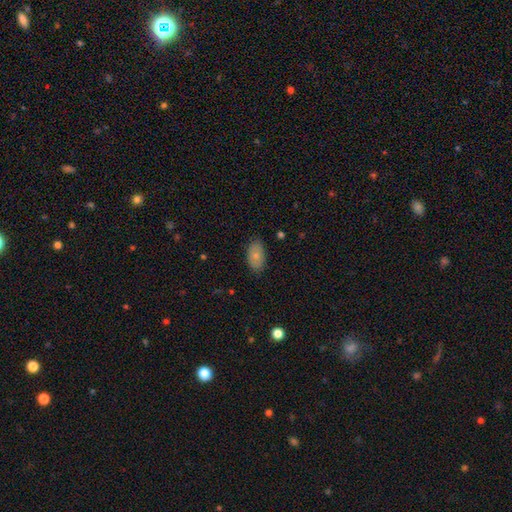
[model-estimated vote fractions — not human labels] Morphology: type=smooth (76%); roundness=in between (93%); merging=none (83%).